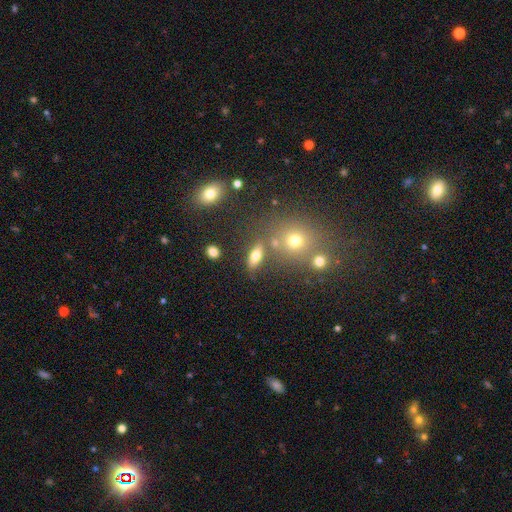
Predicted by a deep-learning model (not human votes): This appears to be a smooth galaxy with no disk features (68%) that is in between round and cigar-shaped (69%). Merging: none (72%).